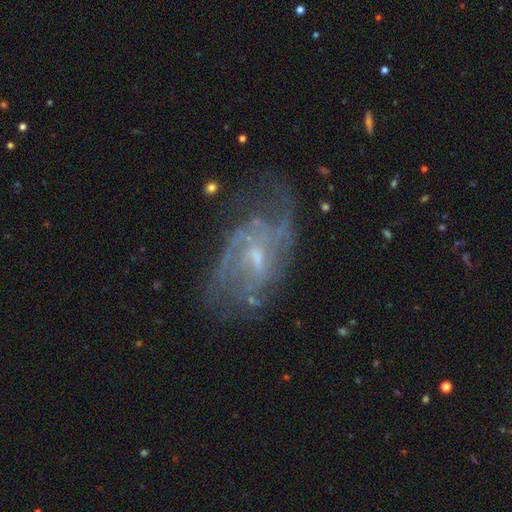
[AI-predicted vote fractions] Overall: featured or disk (80%). Edge-on disk: no (96%). Bar: weak (53%; no 37%). Spiral arms: yes (83%). Spiral arm count: can't tell (41%; 2 30%). Spiral winding: medium (42%; loose 30%). Bulge size: small (63%; moderate 26%). Merging: none (56%; minor disturbance 22%).